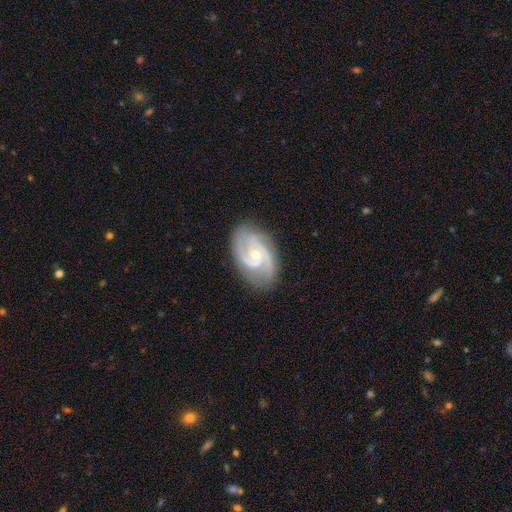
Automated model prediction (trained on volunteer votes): smooth_or_featured: featured or disk (p=0.90) [alt: smooth p=0.06]
disk_edge_on: no (p=0.97) [alt: yes p=0.03]
bar: no (p=0.60) [alt: weak p=0.34]
has_spiral_arms: yes (p=0.98) [alt: no p=0.02]
spiral_winding: medium (p=0.48) [alt: tight p=0.44]
spiral_arm_count: 2 (p=0.55) [alt: 3 p=0.29]
bulge_size: small (p=0.62) [alt: moderate p=0.35]
merging: none (p=0.81) [alt: minor disturbance p=0.14]